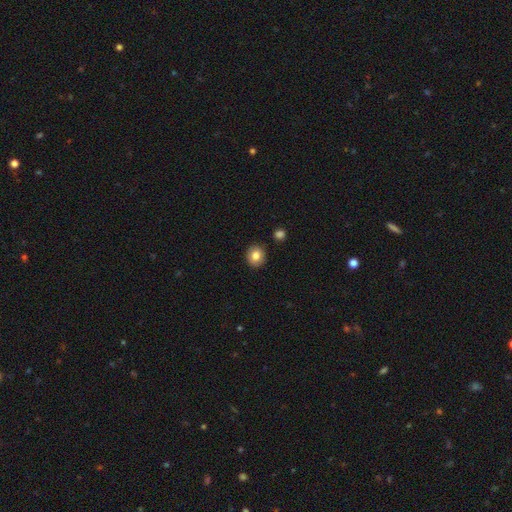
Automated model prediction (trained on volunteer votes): This appears to be a smooth galaxy with no disk features (82%) that is round (82%). Merging: none (90%).